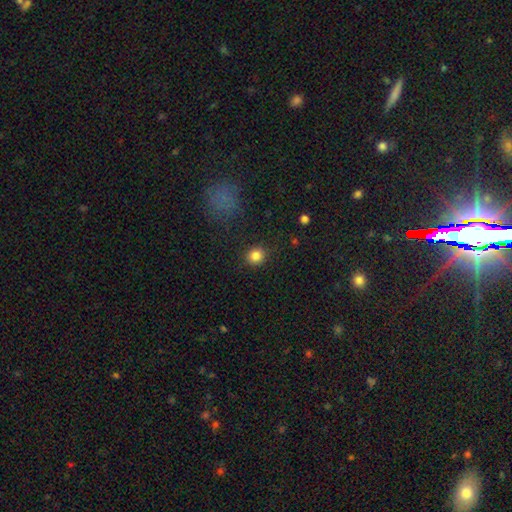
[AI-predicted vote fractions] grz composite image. It shows a smooth galaxy with no disk features (84%) that is round (85%). Merging: none (90%).